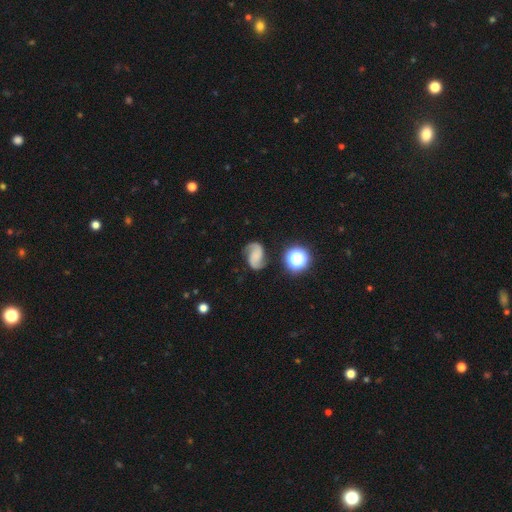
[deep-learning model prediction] smooth_or_featured: featured or disk (p=0.75) [alt: smooth p=0.16]
disk_edge_on: no (p=0.98) [alt: yes p=0.02]
bar: no (p=0.57) [alt: weak p=0.32]
has_spiral_arms: yes (p=0.96) [alt: no p=0.04]
spiral_winding: medium (p=0.43) [alt: loose p=0.42]
spiral_arm_count: 2 (p=0.91) [alt: 1 p=0.03]
bulge_size: none (p=0.61) [alt: small p=0.19]
merging: none (p=0.74) [alt: minor disturbance p=0.17]